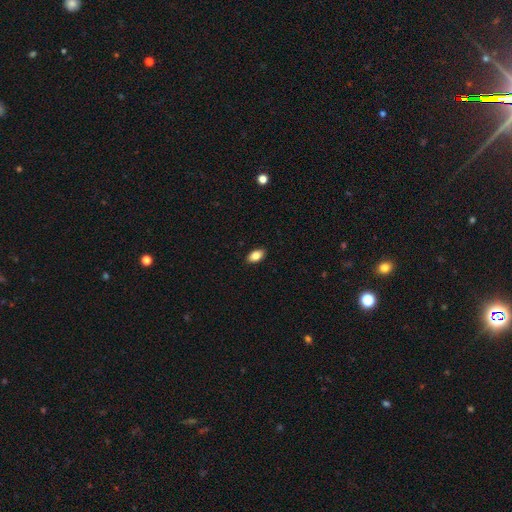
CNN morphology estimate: Overall: smooth (84%). How rounded: in between (91%). Merging: none (89%).